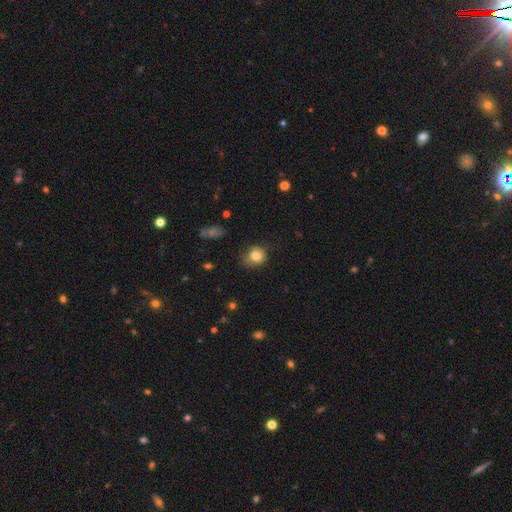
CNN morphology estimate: Smooth or featured? Predicted: smooth (p=0.81). How rounded? Predicted: round (p=0.71). Merging? Predicted: none (p=0.60).